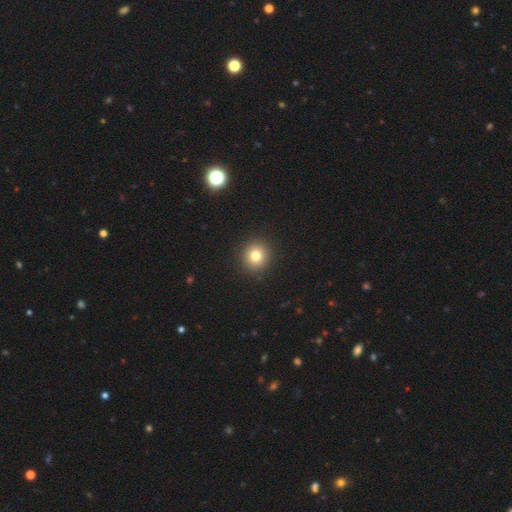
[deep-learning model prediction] Overall: smooth (79%). How rounded: round (88%). Merging: none (91%).